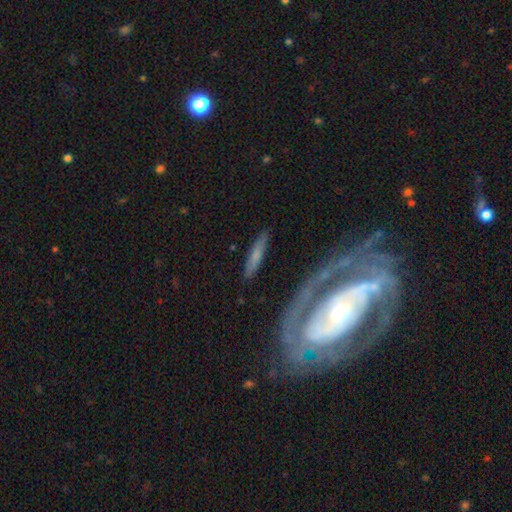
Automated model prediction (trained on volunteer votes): A featured or disk galaxy (52%) viewed edge-on (51%). Merging: none (79%).